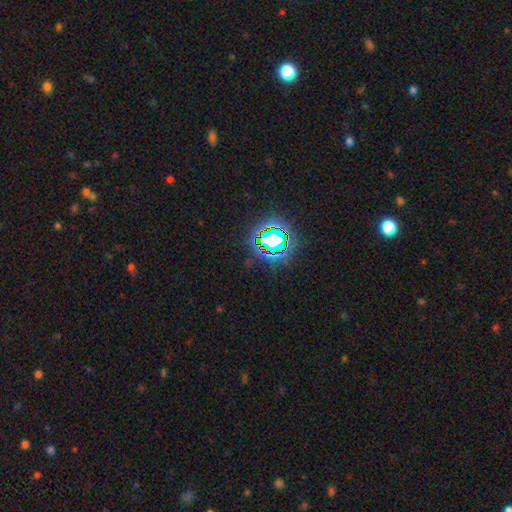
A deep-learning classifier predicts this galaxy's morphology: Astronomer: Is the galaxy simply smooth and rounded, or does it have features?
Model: star or artifact — 80%.